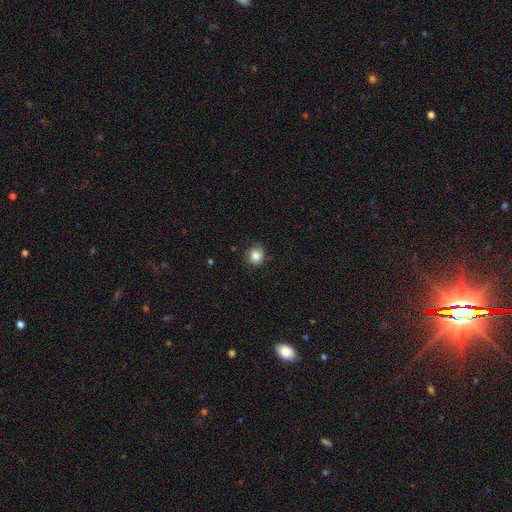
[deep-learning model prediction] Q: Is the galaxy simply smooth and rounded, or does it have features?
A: smooth — 85%.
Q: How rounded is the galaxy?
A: round — 82%.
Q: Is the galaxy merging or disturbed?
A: none — 85%.